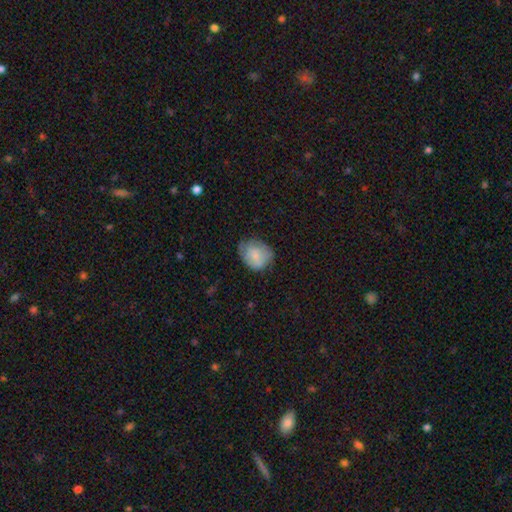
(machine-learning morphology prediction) Smooth or featured: smooth — 71% (featured or disk — 21%)
How rounded: round — 59% (in between — 40%)
Merging: none — 52% (minor disturbance — 34%)